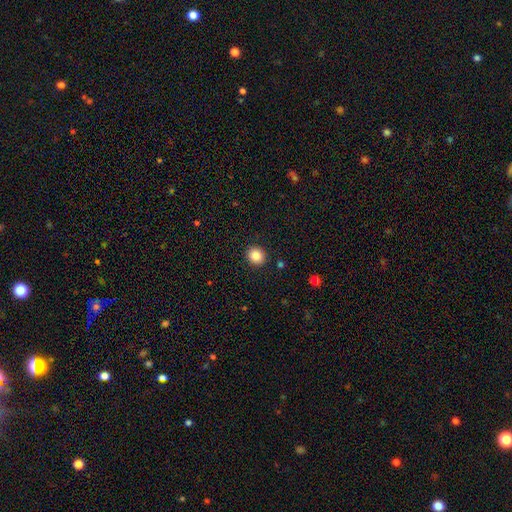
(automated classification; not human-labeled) A smooth galaxy with no disk features (87%) that is round (79%).

Vote fractions:
- Smooth or featured? smooth: 87% / star or artifact: 9% / featured or disk: 4%
- How rounded? round: 79% / in between: 20% / cigar-shaped: 1%
- Merging? none: 90% / minor disturbance: 6% / major disturbance: 2% / merger: 1%